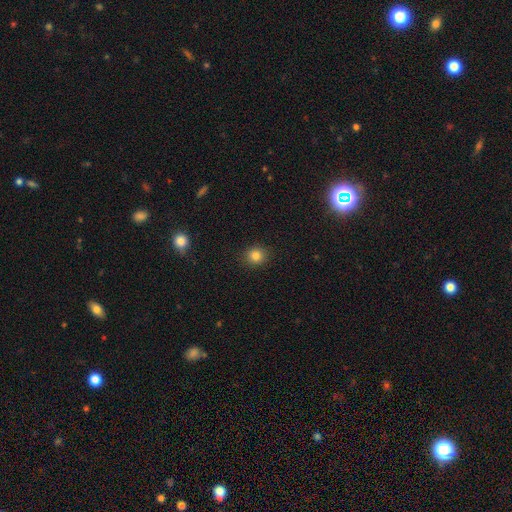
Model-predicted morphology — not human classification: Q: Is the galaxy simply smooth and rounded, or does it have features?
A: smooth — 83%.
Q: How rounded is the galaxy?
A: round — 86%.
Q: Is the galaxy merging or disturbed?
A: none — 91%.